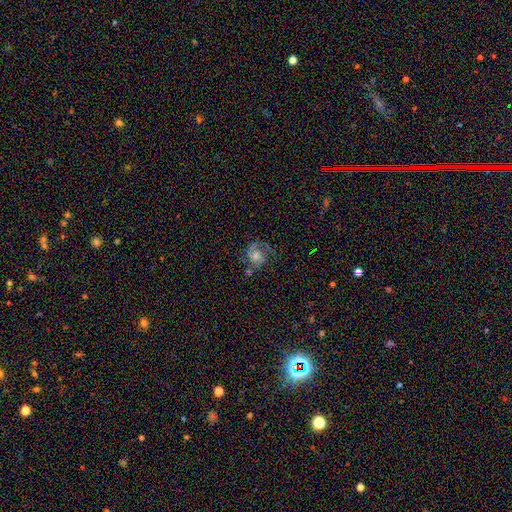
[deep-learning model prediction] A featured or disk galaxy (73%) with no bar (64%), 2 (70%) medium (49%) spiral arms (94%) and a moderate central bulge (52%).

Vote fractions:
- Smooth or featured? featured or disk: 73% / smooth: 14% / star or artifact: 12%
- Edge-on disk? no: 98% / yes: 2%
- Bar? no: 64% / weak: 30% / strong: 6%
- Spiral arms? yes: 94% / no: 6%
- Spiral winding? medium: 49% / tight: 34% / loose: 17%
- Spiral arm count? 2: 70% / 1: 19% / can't tell: 6% / 3: 2% / 4: 1% / more than 4: 1%
- Bulge size? moderate: 52% / small: 30% / large: 10% / none: 6% / dominant: 2%
- Merging? none: 61% / minor disturbance: 19% / major disturbance: 15% / merger: 5%